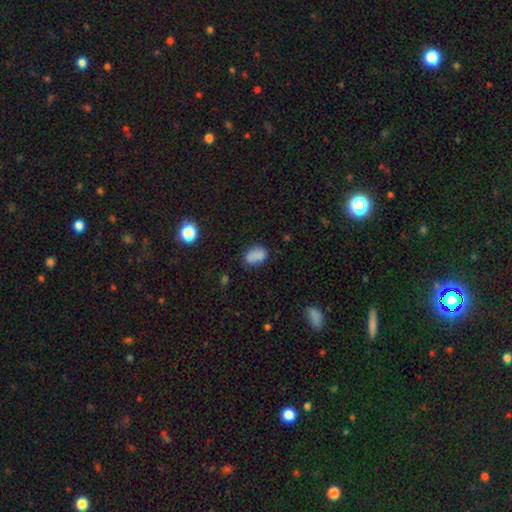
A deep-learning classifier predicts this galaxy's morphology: smooth_or_featured: smooth (p=0.81) [alt: star or artifact p=0.11]
how_rounded: in between (p=0.81) [alt: round p=0.17]
merging: none (p=0.66) [alt: minor disturbance p=0.21]